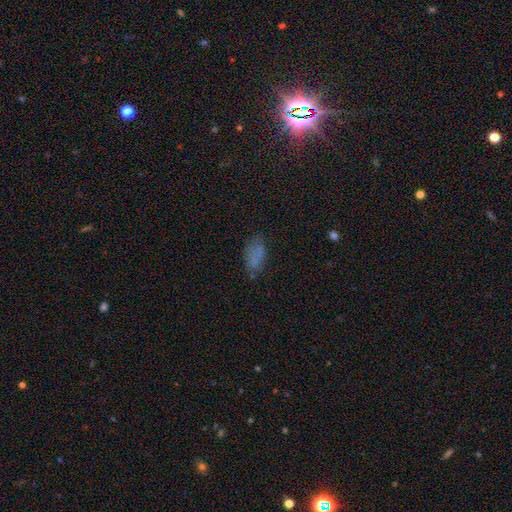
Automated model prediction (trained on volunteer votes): The model was most divided on "merging": none: 62%, minor disturbance: 22%, major disturbance: 10%, merger: 6%. More confident: how rounded — in between (87%); smooth or featured — smooth (69%).